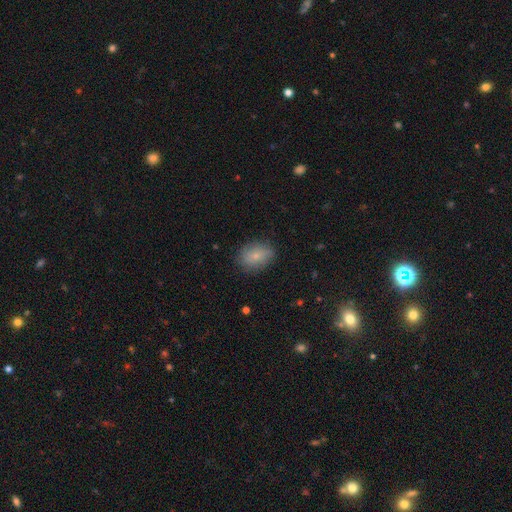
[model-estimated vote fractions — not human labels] Smooth or featured? Predicted: smooth (p=0.76). How rounded? Predicted: in between (p=0.67). Merging? Predicted: none (p=0.80).